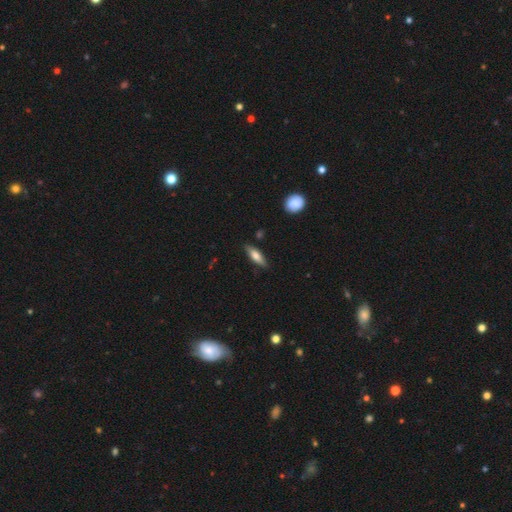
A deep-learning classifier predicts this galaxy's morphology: Overall: smooth (61%; featured or disk 33%). How rounded: cigar-shaped (50%; in between 47%). Merging: none (82%).